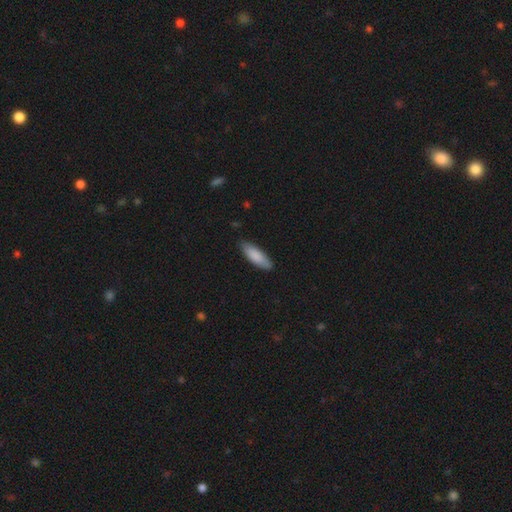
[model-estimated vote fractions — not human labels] Smooth or featured? Predicted: smooth (p=0.87). How rounded? Predicted: in between (p=0.53). Merging? Predicted: none (p=0.84).